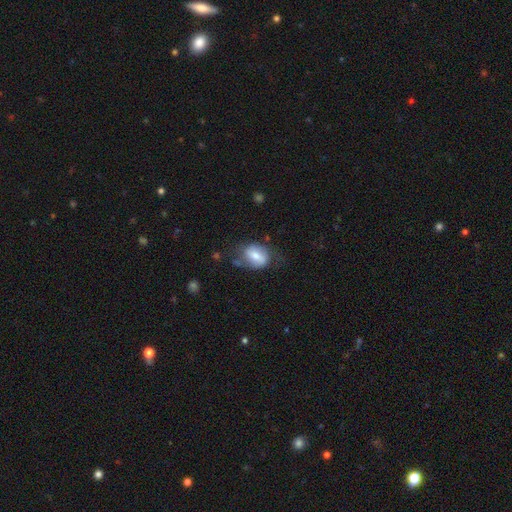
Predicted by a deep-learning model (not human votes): Smooth or featured? Predicted: smooth (p=0.53). How rounded? Predicted: in between (p=0.71). Merging? Predicted: none (p=0.56).